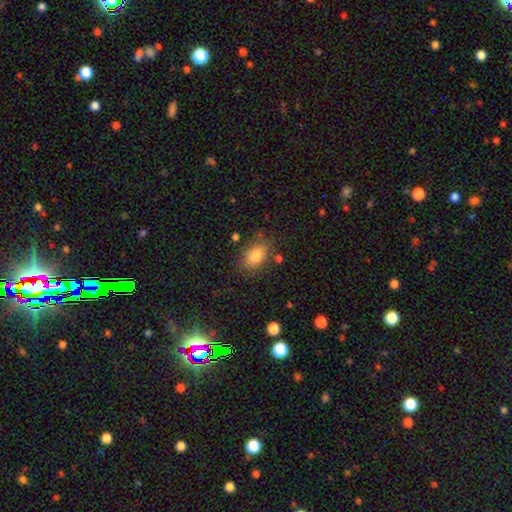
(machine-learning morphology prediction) This appears to be a smooth galaxy with no disk features (81%) that is in between round and cigar-shaped (80%). Merging: none (76%).